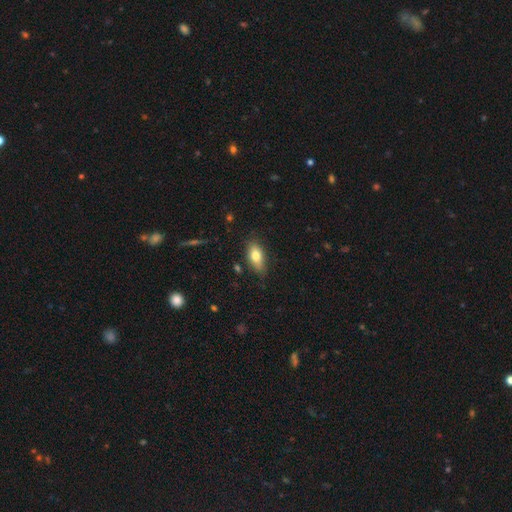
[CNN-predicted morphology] Smooth or featured?
  - smooth: 75% *
  - featured or disk: 18%
  - star or artifact: 7%
How rounded?
  - in between: 83% *
  - cigar-shaped: 12%
  - round: 5%
Merging?
  - none: 76% *
  - minor disturbance: 19%
  - major disturbance: 3%
  - merger: 2%